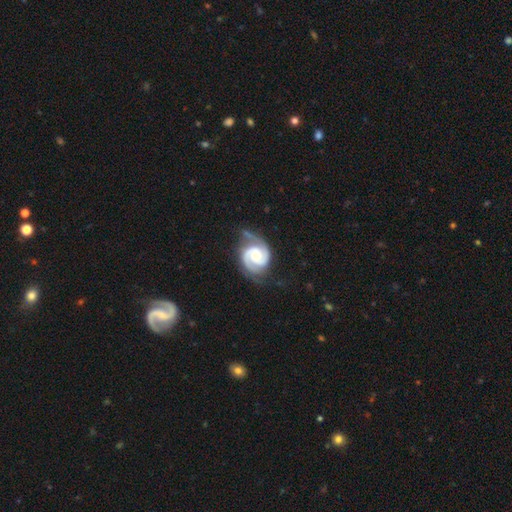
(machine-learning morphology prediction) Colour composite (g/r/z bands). It shows a featured or disk galaxy (91%) with no bar (59%), 2 (92%) tight (57%) spiral arms (98%) and a moderate central bulge (53%). Merging: none (68%).